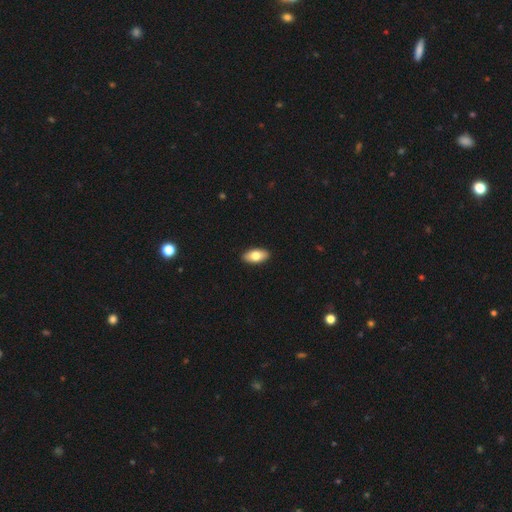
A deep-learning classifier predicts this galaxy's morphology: Q: Smooth or featured?
A: smooth (78%); runner-up: featured or disk (16%)
Q: How rounded?
A: in between (92%); runner-up: cigar-shaped (5%)
Q: Merging?
A: none (91%); runner-up: minor disturbance (6%)